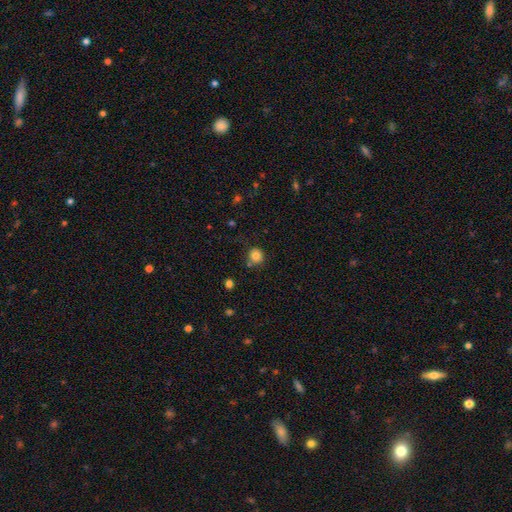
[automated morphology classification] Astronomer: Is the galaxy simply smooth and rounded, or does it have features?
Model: smooth — 82%.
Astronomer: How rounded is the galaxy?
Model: round — 87%.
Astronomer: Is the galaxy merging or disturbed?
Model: none — 76%.